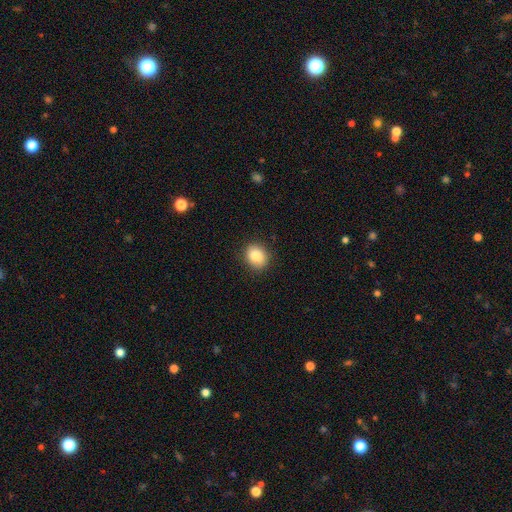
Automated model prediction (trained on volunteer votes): Smooth or featured? Predicted: smooth (p=0.86). How rounded? Predicted: round (p=0.62). Merging? Predicted: none (p=0.88).